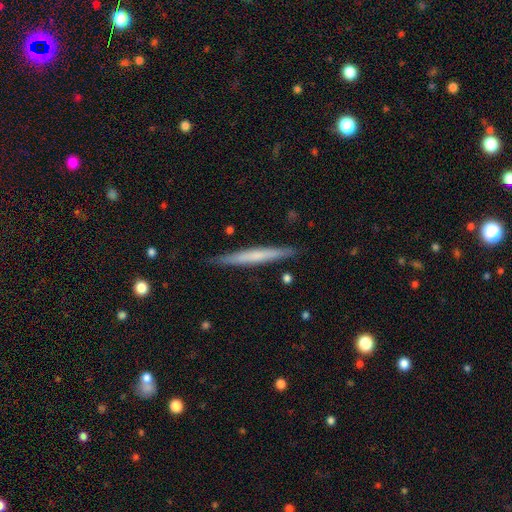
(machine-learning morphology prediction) smooth_or_featured: smooth (p=0.52) [alt: featured or disk p=0.43]
how_rounded: cigar-shaped (p=0.97) [alt: in between p=0.02]
merging: none (p=0.88) [alt: minor disturbance p=0.09]